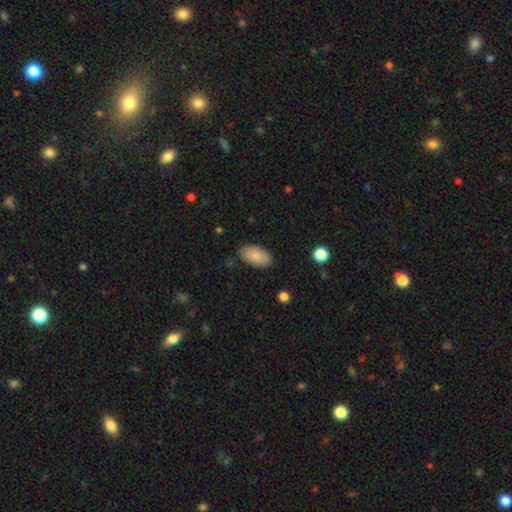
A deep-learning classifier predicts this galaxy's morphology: Q: Smooth or featured?
A: smooth (83%); runner-up: featured or disk (10%)
Q: How rounded?
A: in between (95%); runner-up: round (4%)
Q: Merging?
A: none (83%); runner-up: minor disturbance (13%)